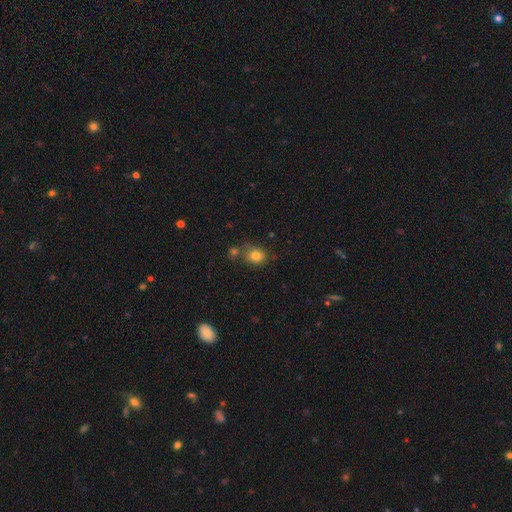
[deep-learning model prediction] smooth-or-featured: smooth: 81% | star or artifact: 11% | featured or disk: 8%
  how-rounded: round: 50% | in between: 48% | cigar-shaped: 1%
  merging: none: 63% | merger: 17% | minor disturbance: 15% | major disturbance: 5%